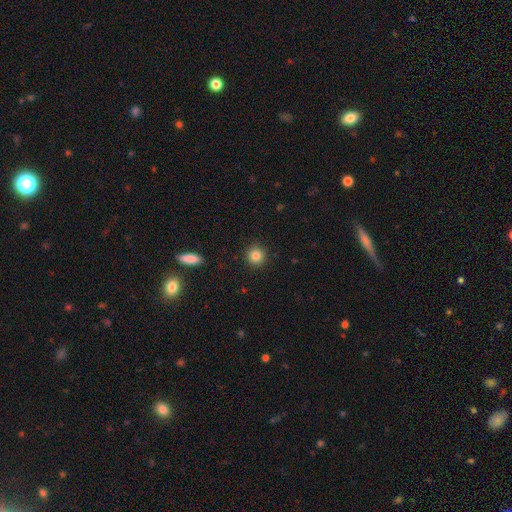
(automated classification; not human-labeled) Smooth or featured? smooth (84%)
How rounded? round (93%)
Merging? none (92%)